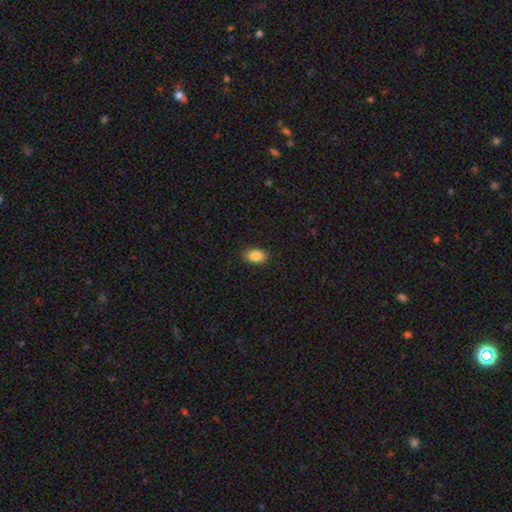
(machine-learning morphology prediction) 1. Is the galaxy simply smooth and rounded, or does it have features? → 88% smooth, 8% star or artifact, 4% featured or disk.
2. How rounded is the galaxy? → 83% in between, 15% round, 1% cigar-shaped.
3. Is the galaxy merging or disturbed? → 88% none, 8% minor disturbance, 2% major disturbance, 1% merger.